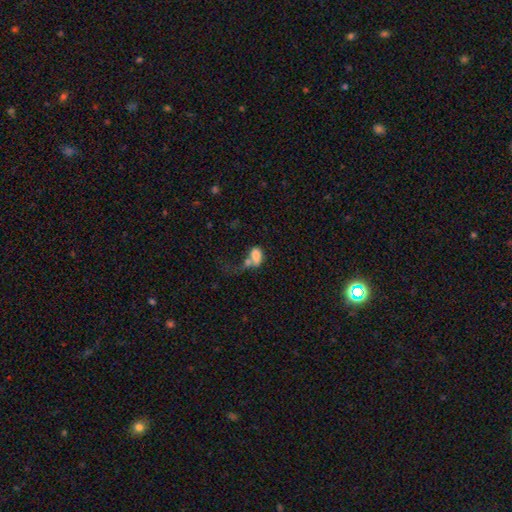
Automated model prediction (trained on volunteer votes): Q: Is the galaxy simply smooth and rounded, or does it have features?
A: smooth — 76%.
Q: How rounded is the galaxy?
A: in between — 86%.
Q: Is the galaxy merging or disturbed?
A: merger — 44%.